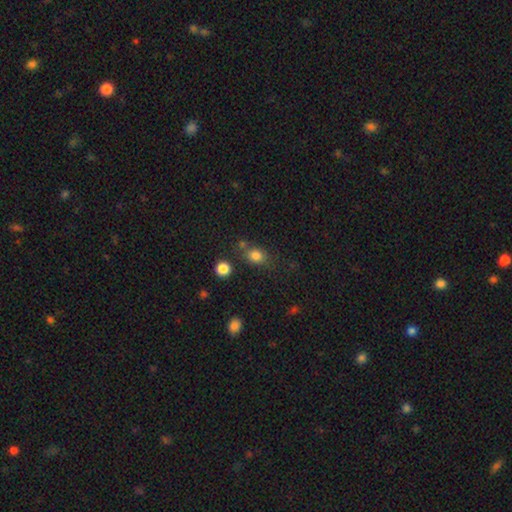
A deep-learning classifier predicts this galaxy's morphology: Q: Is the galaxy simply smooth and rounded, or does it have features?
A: smooth — 81%.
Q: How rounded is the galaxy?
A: round — 53%.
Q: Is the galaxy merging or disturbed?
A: none — 64%.